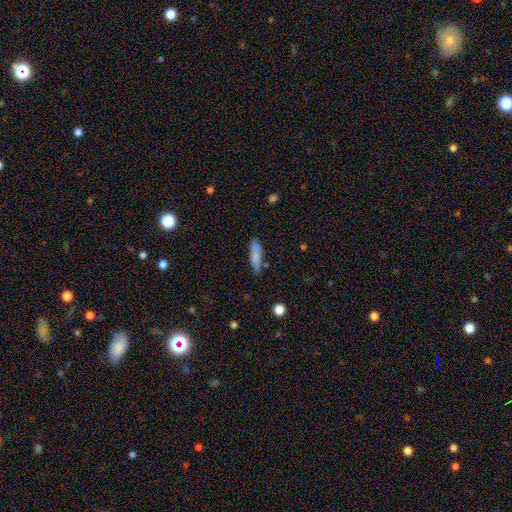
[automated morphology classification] Overall: smooth (78%). How rounded: cigar-shaped (56%; in between 42%). Merging: none (74%).